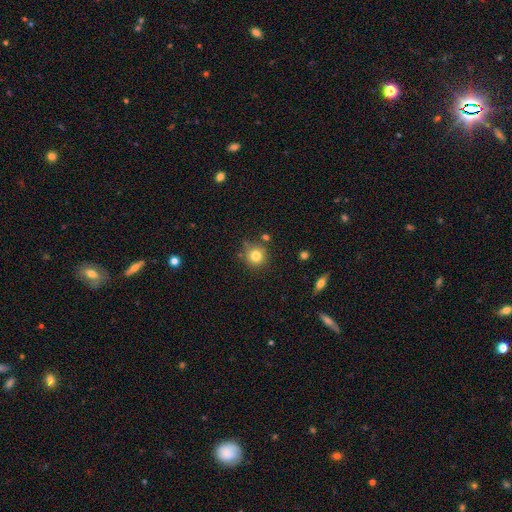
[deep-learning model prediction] The model was most divided on "merging": none: 79%, minor disturbance: 11%, merger: 7%, major disturbance: 3%. More confident: how rounded — round (93%); smooth or featured — smooth (80%).